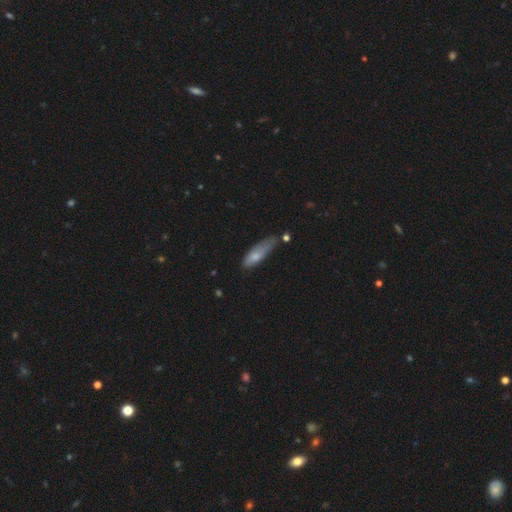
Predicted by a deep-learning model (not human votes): This is likely a smooth galaxy (73%). How rounded: possibly cigar-shaped (57%). Merging: marginally none (42%).